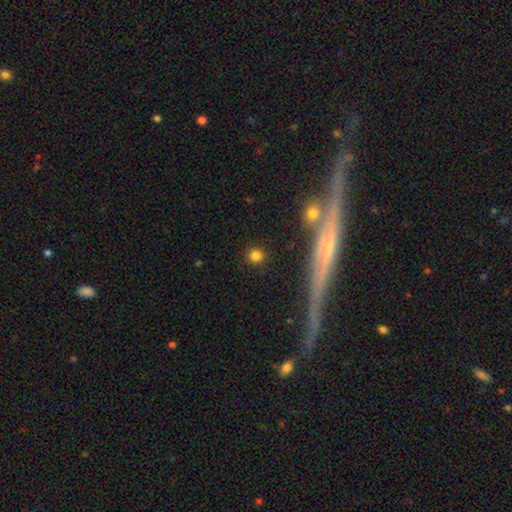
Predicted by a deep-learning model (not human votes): Smooth or featured? Predicted: smooth (p=0.79). How rounded? Predicted: round (p=0.85). Merging? Predicted: none (p=0.87).